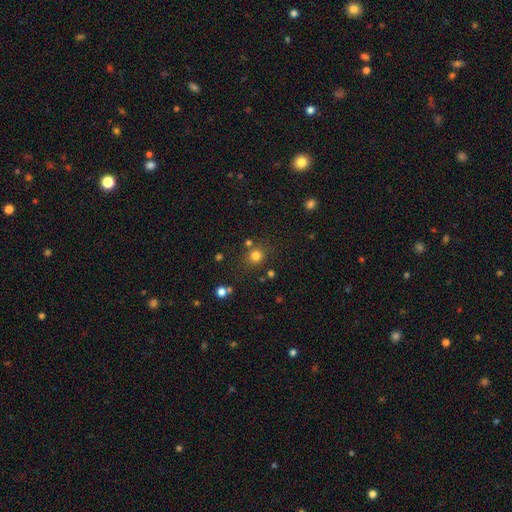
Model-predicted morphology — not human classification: Smooth or featured? Predicted: smooth (p=0.79). How rounded? Predicted: round (p=0.86). Merging? Predicted: none (p=0.79).